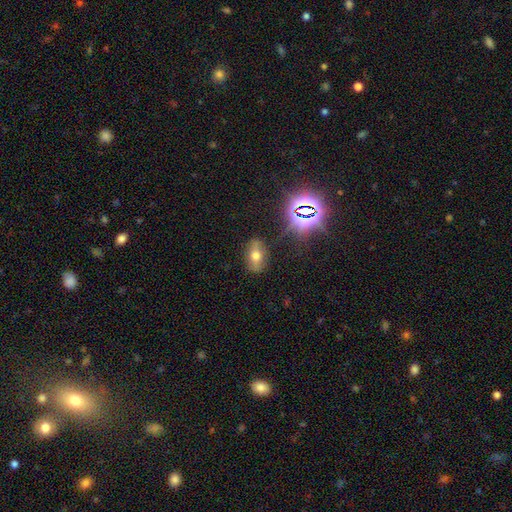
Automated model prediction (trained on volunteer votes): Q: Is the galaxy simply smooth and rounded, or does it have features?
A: smooth — 57%.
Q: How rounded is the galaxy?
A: in between — 84%.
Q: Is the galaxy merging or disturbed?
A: none — 81%.